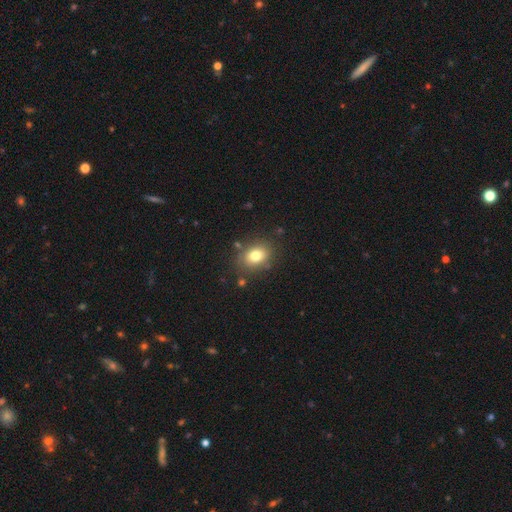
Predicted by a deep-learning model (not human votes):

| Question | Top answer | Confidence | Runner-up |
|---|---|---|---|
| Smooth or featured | smooth | 78% | star or artifact (11%) |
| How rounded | in between | 57% | round (42%) |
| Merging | none | 80% | minor disturbance (12%) |